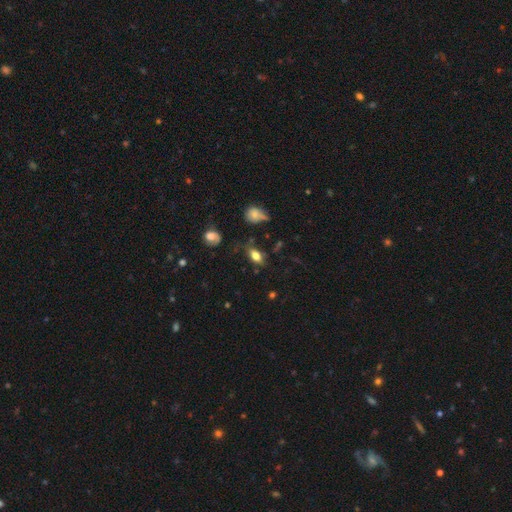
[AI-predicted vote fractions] smooth-or-featured: smooth: 73% | featured or disk: 16% | star or artifact: 11%
  how-rounded: in between: 83% | cigar-shaped: 9% | round: 8%
  merging: none: 64% | minor disturbance: 22% | major disturbance: 9% | merger: 5%